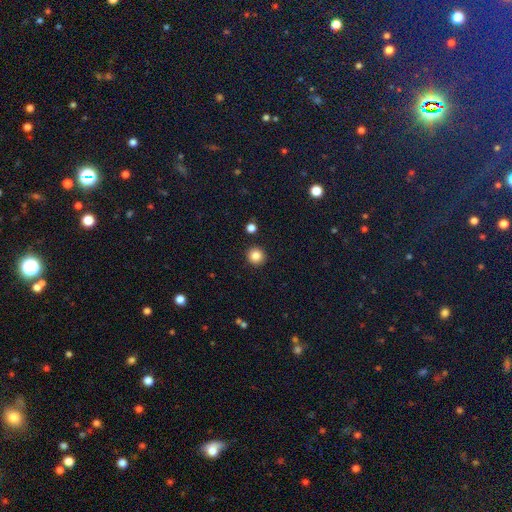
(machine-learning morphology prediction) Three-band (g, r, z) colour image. It shows a smooth galaxy with no disk features (85%) that is round (94%). Merging: none (92%).